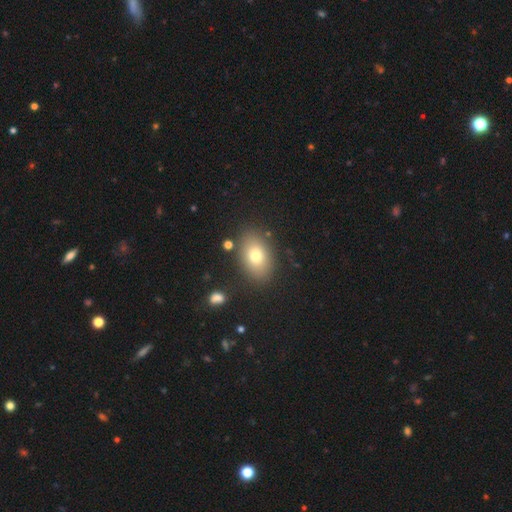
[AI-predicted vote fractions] This is likely a smooth galaxy (75%). How rounded: clearly in between (82%). Merging: clearly none (84%).